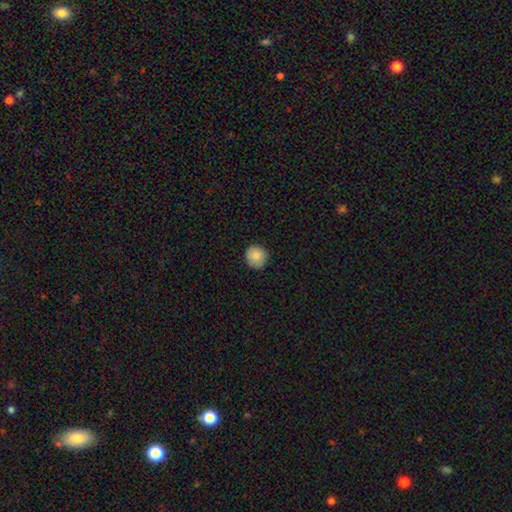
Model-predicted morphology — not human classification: A smooth galaxy with no disk features (86%) that is round (94%).

Vote fractions:
- Smooth or featured? smooth: 86% / star or artifact: 8% / featured or disk: 6%
- How rounded? round: 94% / in between: 5% / cigar-shaped: 1%
- Merging? none: 90% / minor disturbance: 8% / major disturbance: 2% / merger: 1%